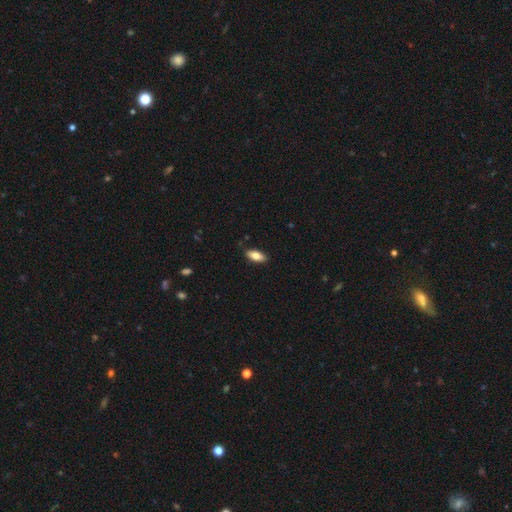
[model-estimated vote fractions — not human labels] Overall: smooth (78%). How rounded: in between (83%). Merging: none (87%).